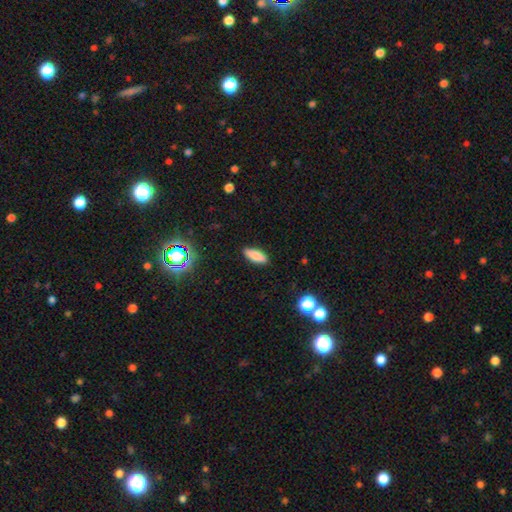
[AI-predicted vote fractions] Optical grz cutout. It shows a smooth galaxy with no disk features (81%) that is in between round and cigar-shaped (69%). Merging: none (88%).